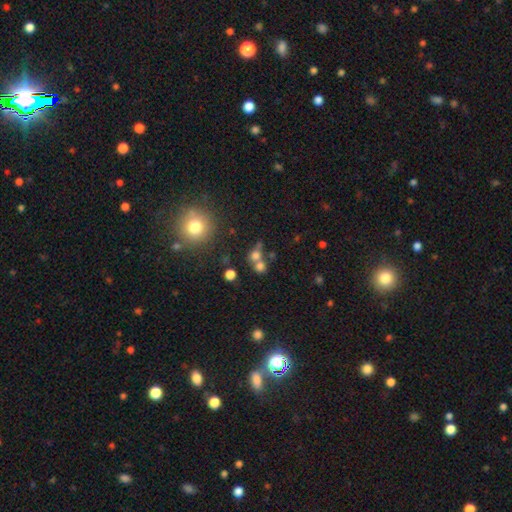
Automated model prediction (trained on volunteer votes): Smooth or featured: smooth — 68% (star or artifact — 18%)
How rounded: round — 74% (in between — 24%)
Merging: merger — 47% (none — 39%)